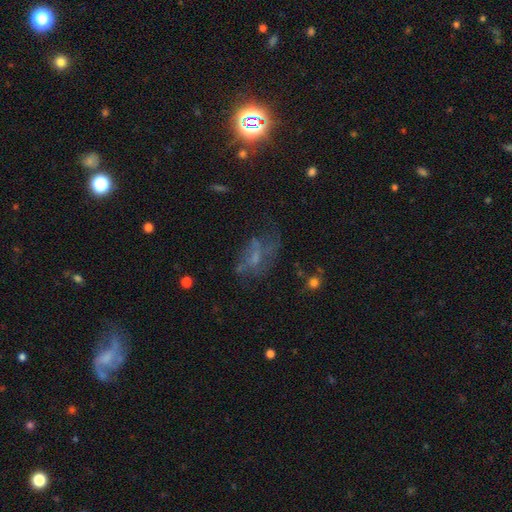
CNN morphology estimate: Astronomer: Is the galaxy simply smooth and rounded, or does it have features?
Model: featured or disk — 48% (runner-up: smooth, 30%).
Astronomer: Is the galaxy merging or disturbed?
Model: none — 40% (runner-up: major disturbance, 35%).